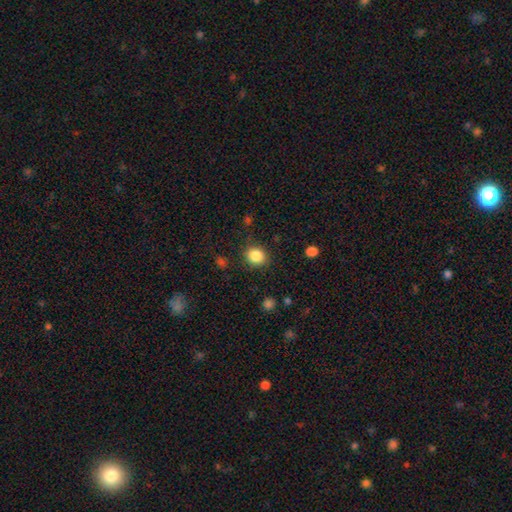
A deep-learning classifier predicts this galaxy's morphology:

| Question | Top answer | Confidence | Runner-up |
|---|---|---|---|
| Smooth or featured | smooth | 85% | star or artifact (10%) |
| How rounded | round | 75% | in between (24%) |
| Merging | none | 85% | minor disturbance (10%) |